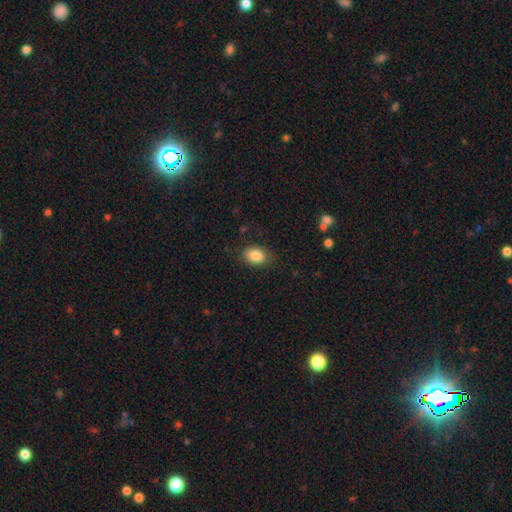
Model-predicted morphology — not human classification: Smooth or featured: smooth — 85% (star or artifact — 8%)
How rounded: in between — 79% (round — 20%)
Merging: none — 81% (minor disturbance — 14%)